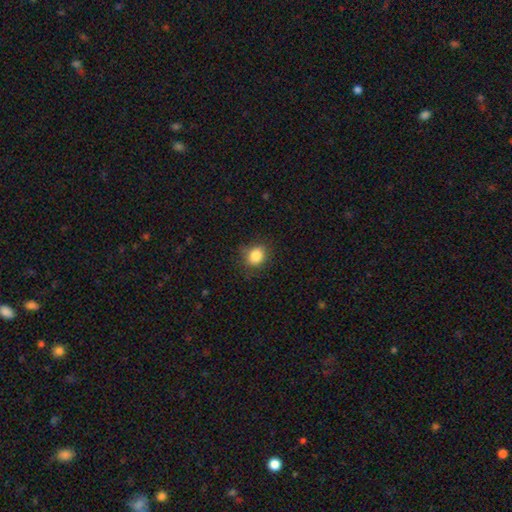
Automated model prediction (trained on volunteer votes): Smooth or featured: smooth — 84% (star or artifact — 10%)
How rounded: round — 68% (in between — 31%)
Merging: none — 79% (minor disturbance — 16%)